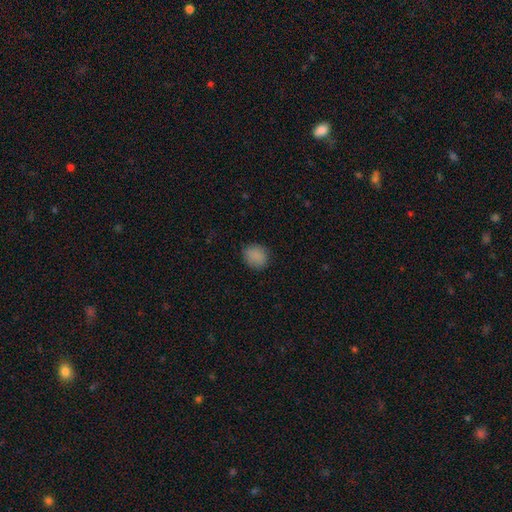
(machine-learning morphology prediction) Smooth or featured?
  - smooth: 86% *
  - star or artifact: 10%
  - featured or disk: 4%
How rounded?
  - round: 71% *
  - in between: 28%
  - cigar-shaped: 1%
Merging?
  - none: 84% *
  - minor disturbance: 12%
  - major disturbance: 3%
  - merger: 1%